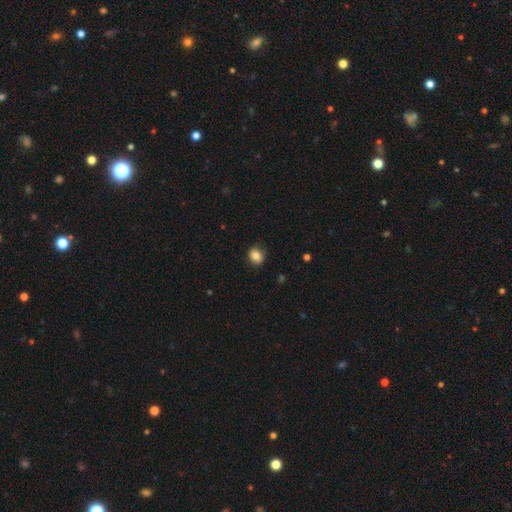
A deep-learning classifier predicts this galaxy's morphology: Smooth or featured? Predicted: smooth (p=0.85). How rounded? Predicted: round (p=0.53). Merging? Predicted: none (p=0.85).